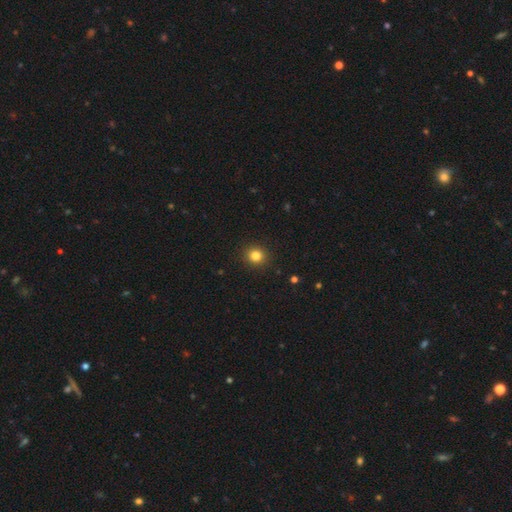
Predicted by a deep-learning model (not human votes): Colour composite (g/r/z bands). It shows a smooth galaxy with no disk features (83%) that is round (89%). Merging: none (92%).